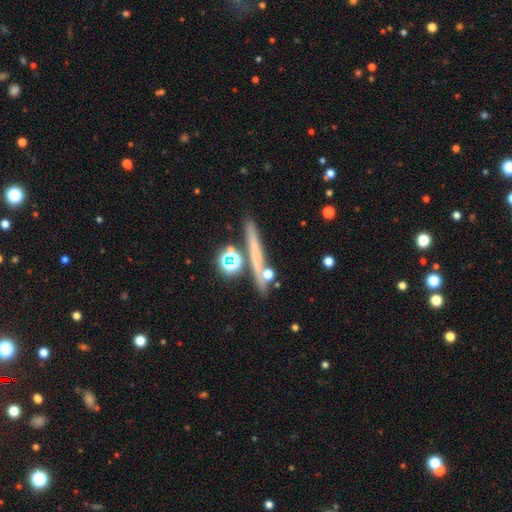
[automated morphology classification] This is marginally a smooth galaxy (45%). Merging: likely none (76%).